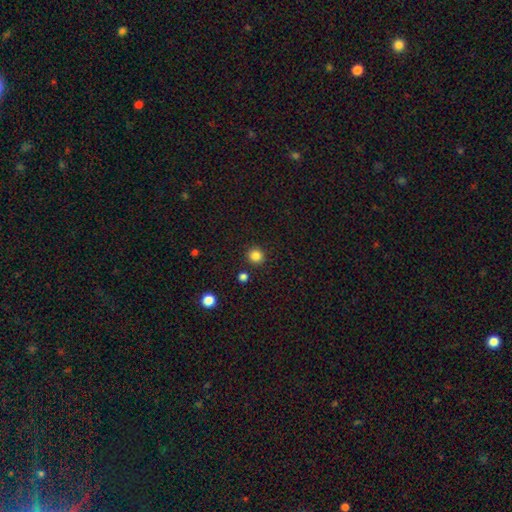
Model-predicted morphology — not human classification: type=smooth (84%); roundness=round (94%); merging=none (90%).